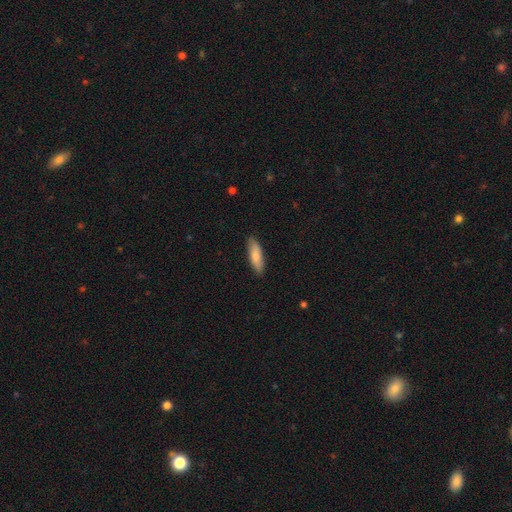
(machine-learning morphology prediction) smooth-or-featured: smooth: 81% | featured or disk: 14% | star or artifact: 5%
  how-rounded: cigar-shaped: 51% | in between: 47% | round: 2%
  merging: none: 87% | minor disturbance: 10% | major disturbance: 2% | merger: 1%